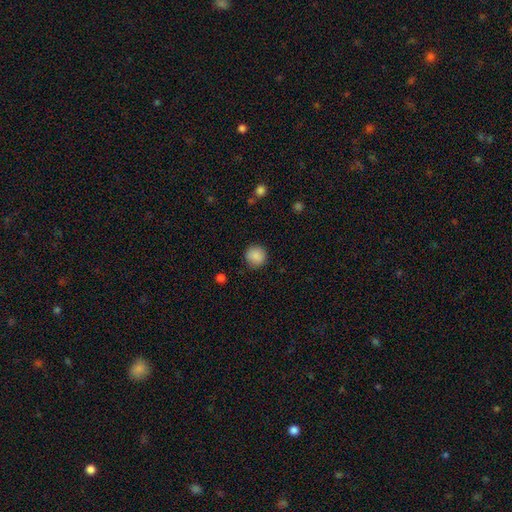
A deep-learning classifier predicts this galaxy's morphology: The model was most divided on "merging": none: 88%, minor disturbance: 8%, major disturbance: 3%, merger: 1%. More confident: how rounded — round (92%); smooth or featured — smooth (88%).